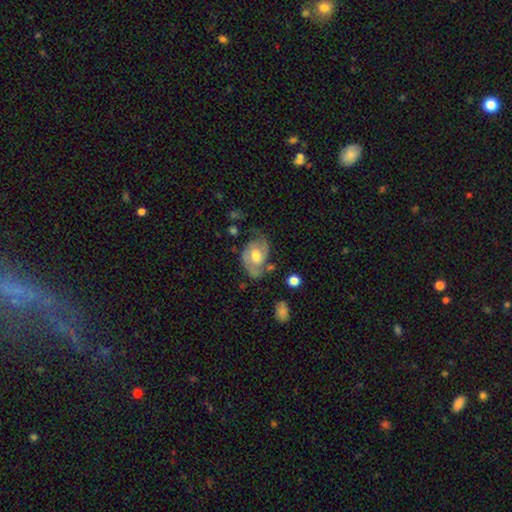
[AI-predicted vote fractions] Smooth or featured?
  - featured or disk: 66% *
  - smooth: 28%
  - star or artifact: 6%
Edge-on disk?
  - no: 96% *
  - yes: 4%
Bar?
  - no: 51% *
  - weak: 39%
  - strong: 9%
Spiral arms?
  - yes: 79% *
  - no: 21%
Spiral winding?
  - medium: 47% *
  - tight: 33%
  - loose: 20%
Spiral arm count?
  - 2: 75% *
  - can't tell: 15%
  - 1: 6%
  - 3: 2%
  - 4: 1%
  - more than 4: 1%
Bulge size?
  - moderate: 66% *
  - large: 21%
  - small: 10%
  - none: 2%
  - dominant: 1%
Merging?
  - none: 51% *
  - minor disturbance: 28%
  - major disturbance: 15%
  - merger: 6%